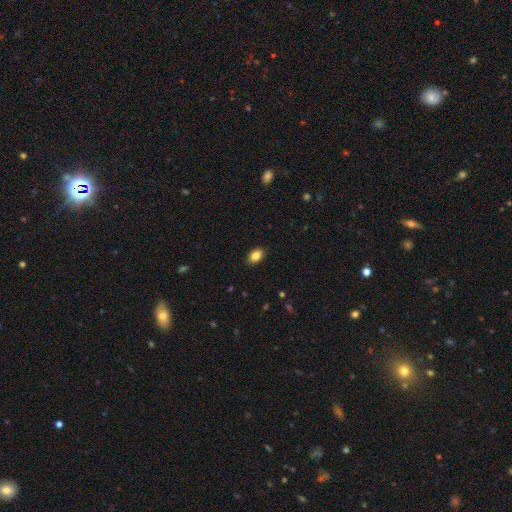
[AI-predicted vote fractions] This appears to be a smooth galaxy with no disk features (87%) that is in between round and cigar-shaped (85%). Merging: none (89%).